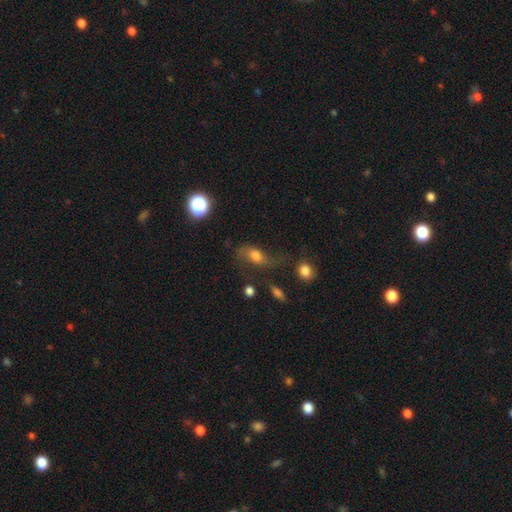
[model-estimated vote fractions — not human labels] Smooth or featured: smooth — 44% (featured or disk — 43%)
Merging: none — 49% (major disturbance — 23%)